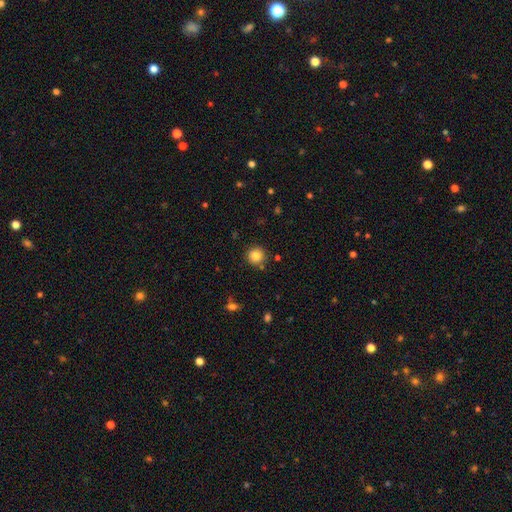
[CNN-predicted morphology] A smooth galaxy with no disk features (84%) that is round (94%). Merging: none (86%).